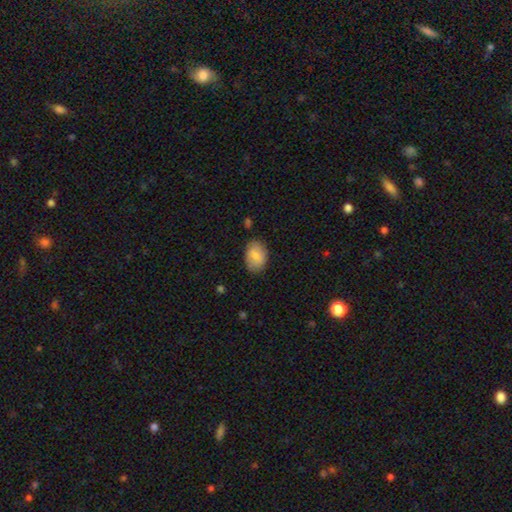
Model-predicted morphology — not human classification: type=smooth (78%); roundness=in between (81%); merging=none (79%).